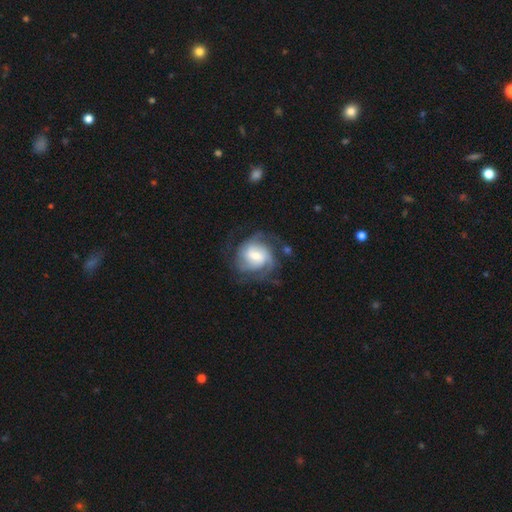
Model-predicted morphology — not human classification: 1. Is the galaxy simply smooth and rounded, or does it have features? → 77% featured or disk, 17% smooth, 6% star or artifact.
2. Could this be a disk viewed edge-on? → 98% no, 2% yes.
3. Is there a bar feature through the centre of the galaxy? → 49% weak, 37% no, 14% strong.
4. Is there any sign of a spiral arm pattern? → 93% yes, 7% no.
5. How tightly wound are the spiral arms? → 48% tight, 38% medium, 14% loose.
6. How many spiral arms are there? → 27% 3 (tied), 27% 2 (tied), 27% can't tell (tied), 9% 4, 5% 1, 4% more than 4.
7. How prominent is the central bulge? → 48% moderate, 34% small, 13% large, 3% none, 2% dominant.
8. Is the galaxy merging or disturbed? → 64% none, 19% minor disturbance, 16% major disturbance, 2% merger.